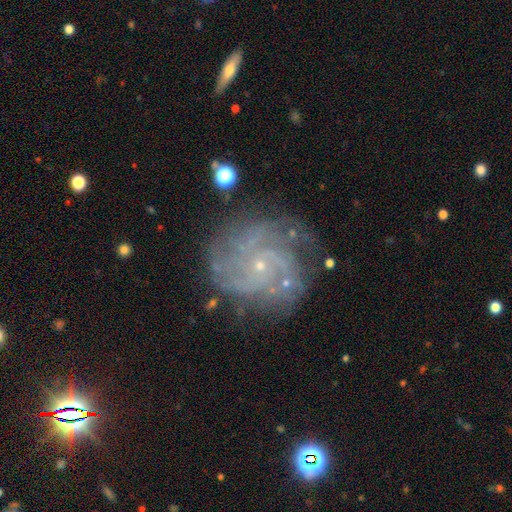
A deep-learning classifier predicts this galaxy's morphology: This appears to be a featured or disk galaxy (82%) with no bar (78%), tight (57%) spiral arms (95%) and a small central bulge (87%). Merging: none (71%).